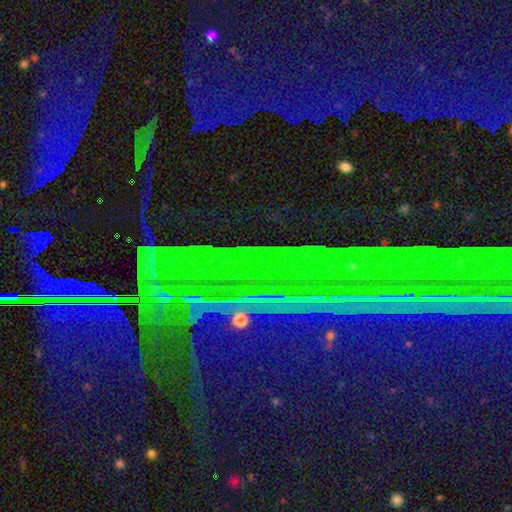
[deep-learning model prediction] The model was most divided on "smooth or featured": star or artifact: 88%, featured or disk: 6%, smooth: 5%.